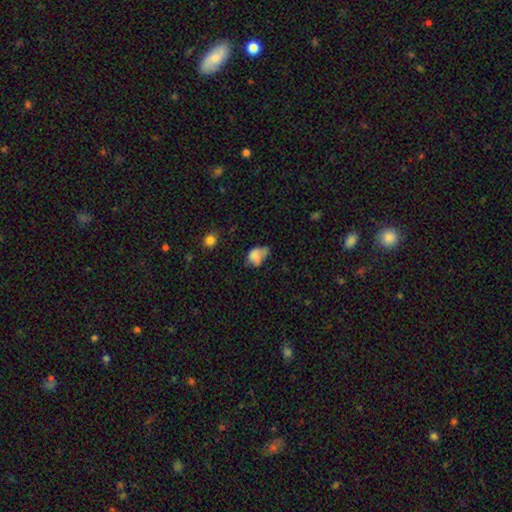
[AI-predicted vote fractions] This is likely a smooth galaxy (71%). How rounded: likely in between (75%). Merging: marginally minor disturbance (38%).